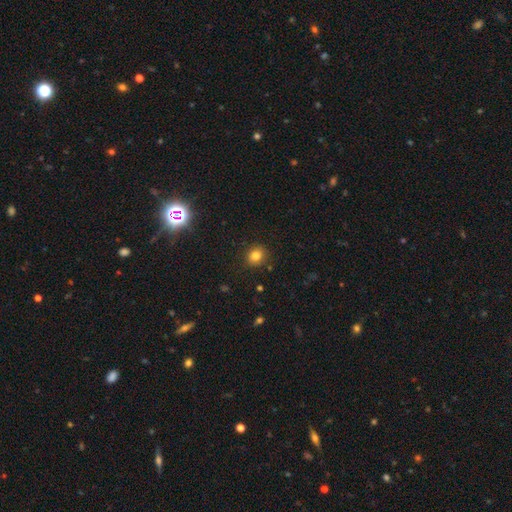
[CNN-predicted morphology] smooth 83%, star or artifact 12%, featured or disk 5%. Down the decision tree: how rounded — round (76%); merging — none (87%).